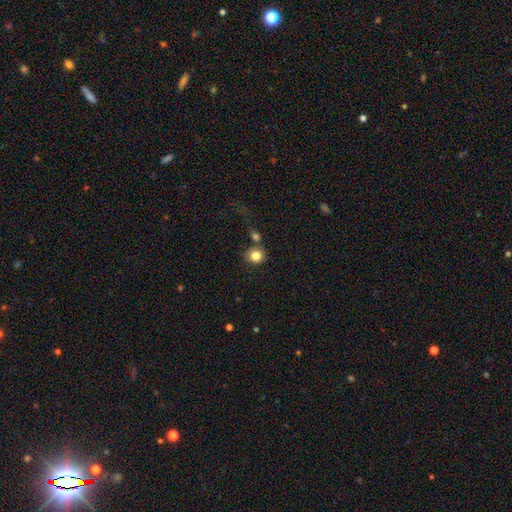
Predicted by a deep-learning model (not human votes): Smooth or featured? Predicted: smooth (p=0.83). How rounded? Predicted: round (p=0.86). Merging? Predicted: none (p=0.64).